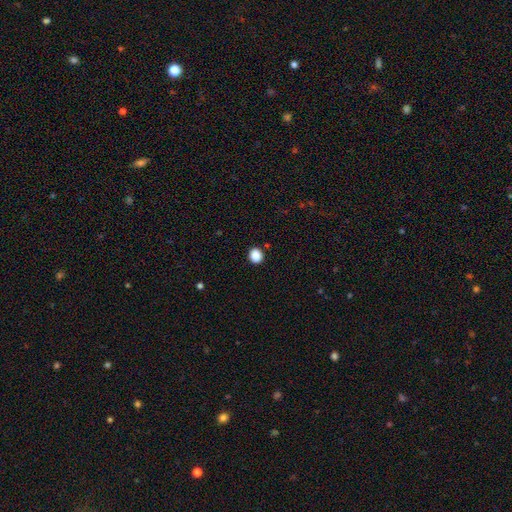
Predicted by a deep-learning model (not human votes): A smooth galaxy with no disk features (87%) that is round (75%). Merging: none (90%).